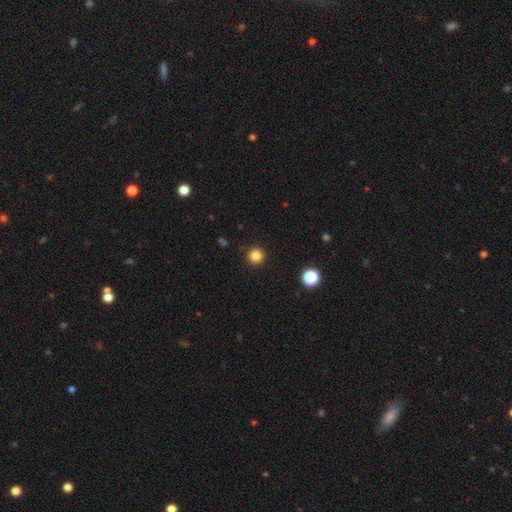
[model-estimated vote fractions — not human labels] Smooth or featured? Predicted: smooth (p=0.84). How rounded? Predicted: round (p=0.96). Merging? Predicted: none (p=0.93).